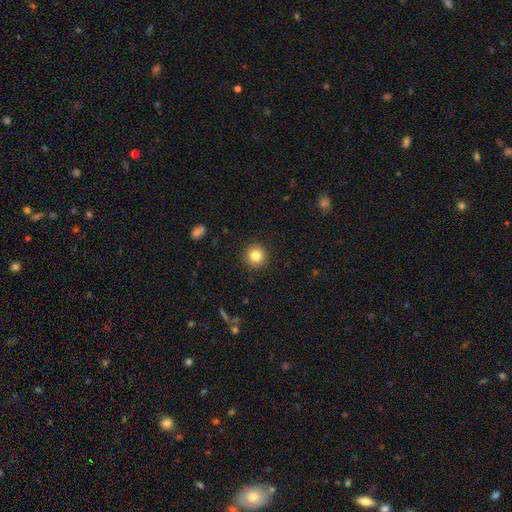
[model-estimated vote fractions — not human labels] This appears to be a smooth galaxy with no disk features (83%) that is round (95%). Merging: none (92%).